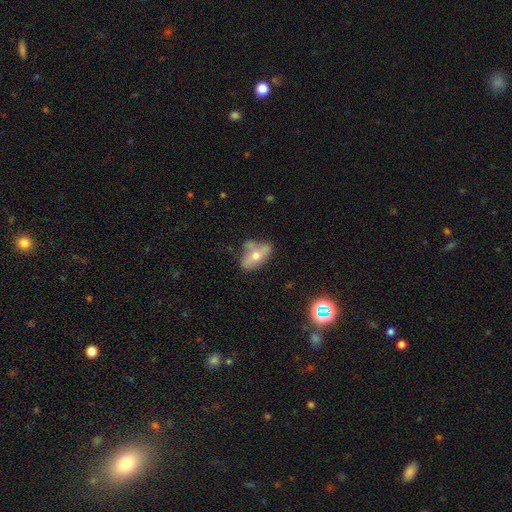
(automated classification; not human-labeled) This is possibly a smooth galaxy (46%). Merging: possibly none (51%).